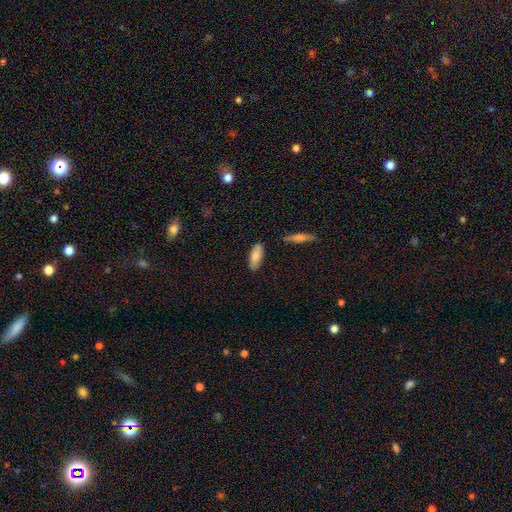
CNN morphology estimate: A smooth galaxy with no disk features (80%) that is in between round and cigar-shaped (81%).

Vote fractions:
- Smooth or featured? smooth: 80% / featured or disk: 14% / star or artifact: 6%
- How rounded? in between: 81% / cigar-shaped: 17% / round: 2%
- Merging? none: 82% / minor disturbance: 13% / merger: 3% / major disturbance: 2%